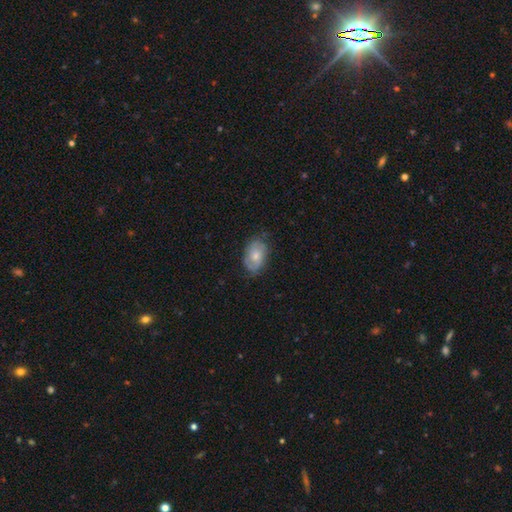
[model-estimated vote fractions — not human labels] Overall: featured or disk (59%; smooth 34%). Edge-on disk: no (96%). Bar: no (74%). Spiral arms: yes (83%). Bulge size: moderate (51%; small 43%). Merging: none (70%).